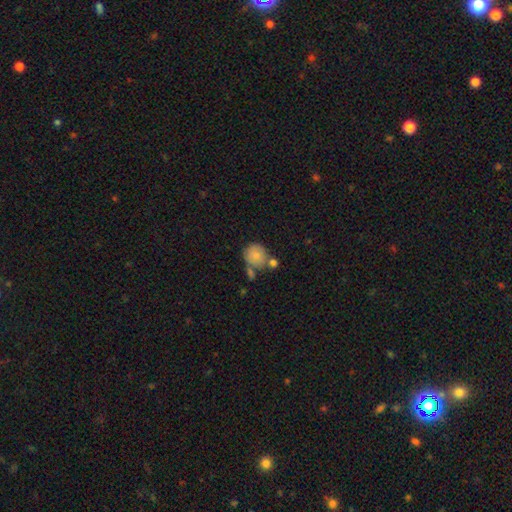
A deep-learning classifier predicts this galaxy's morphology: Smooth or featured: smooth — 81% (featured or disk — 11%)
How rounded: round — 81% (in between — 18%)
Merging: none — 51% (merger — 28%)